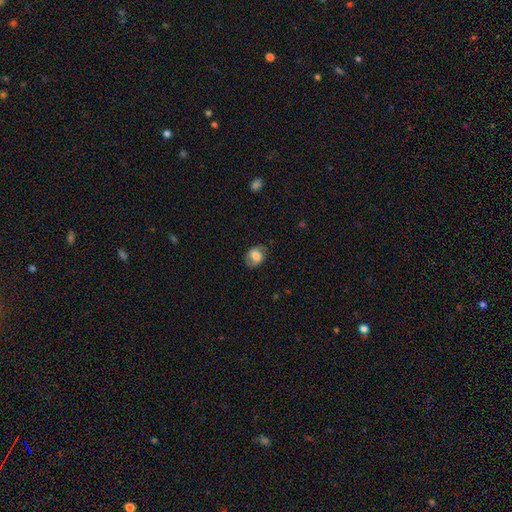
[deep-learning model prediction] smooth-or-featured: smooth: 68% | featured or disk: 24% | star or artifact: 8%
  how-rounded: in between: 56% | round: 43% | cigar-shaped: 1%
  merging: none: 73% | minor disturbance: 20% | major disturbance: 6% | merger: 1%